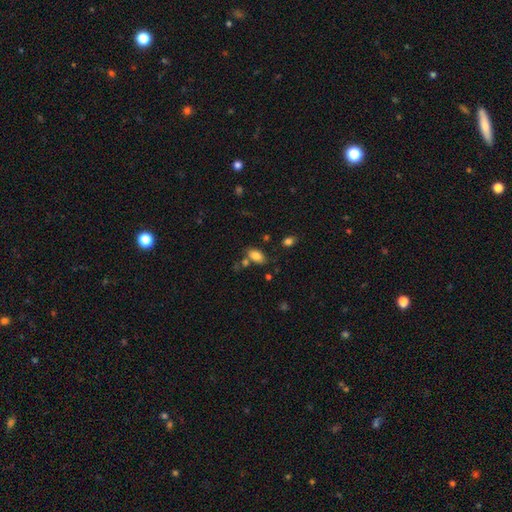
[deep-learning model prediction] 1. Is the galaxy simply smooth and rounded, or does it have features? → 83% smooth, 9% star or artifact, 8% featured or disk.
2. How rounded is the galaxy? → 91% in between, 6% round, 3% cigar-shaped.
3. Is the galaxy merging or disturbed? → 66% none, 15% merger, 14% minor disturbance, 4% major disturbance.